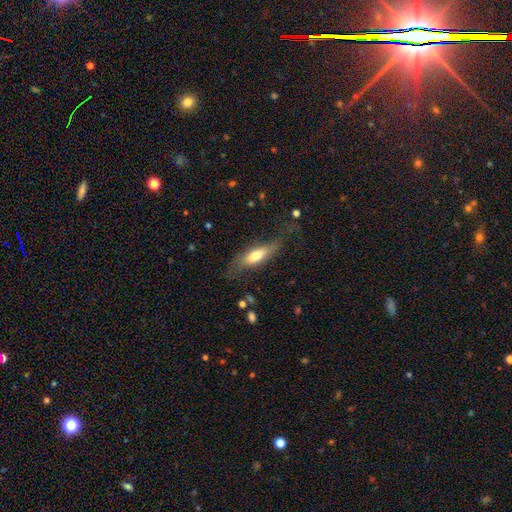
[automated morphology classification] type=smooth (60%); roundness=cigar-shaped (49%); merging=none (56%).